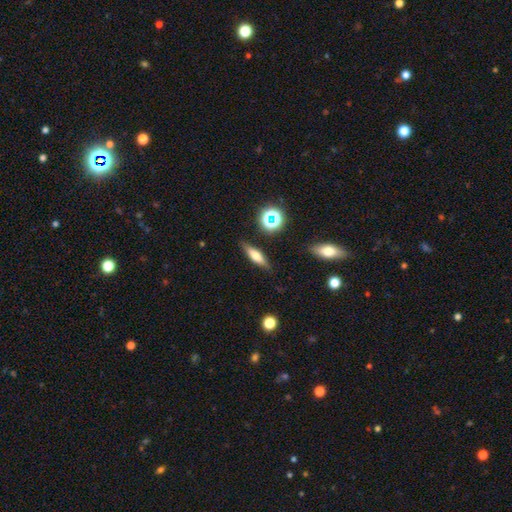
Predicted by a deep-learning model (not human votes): Q: Smooth or featured?
A: smooth (56%); runner-up: featured or disk (33%)
Q: How rounded?
A: cigar-shaped (62%); runner-up: in between (34%)
Q: Merging?
A: none (84%); runner-up: minor disturbance (10%)